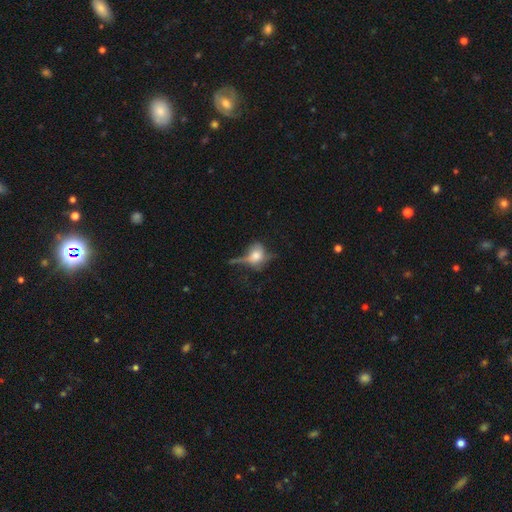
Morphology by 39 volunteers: This appears to be a smooth galaxy with no disk features (46%, tied with featured or disk) that is in between round and cigar-shaped (67%). Merging: none (58%).